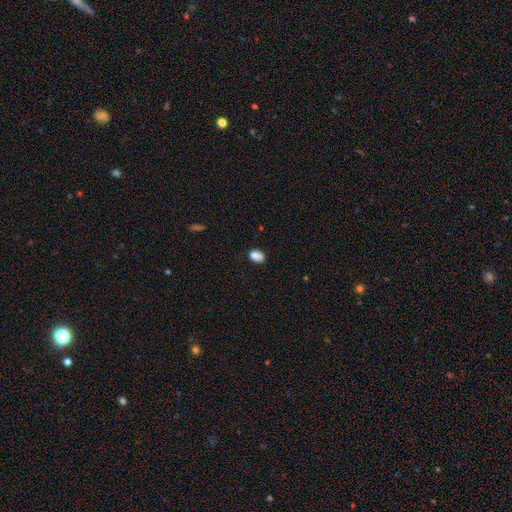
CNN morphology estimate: type=smooth (78%); roundness=in between (73%); merging=none (50%).